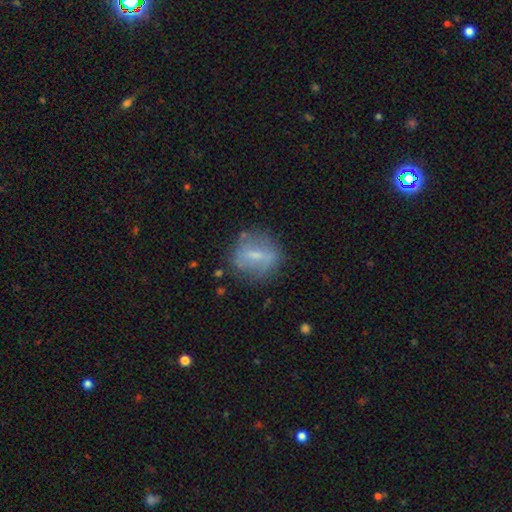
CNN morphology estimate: A smooth galaxy with no disk features (47%). Merging: none (70%).